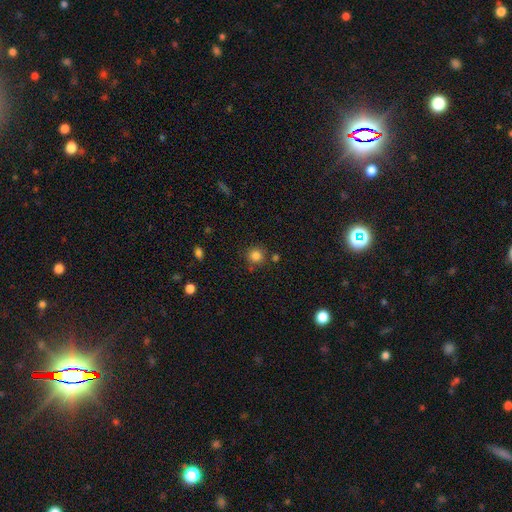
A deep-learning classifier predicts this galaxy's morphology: Q: Smooth or featured?
A: smooth (83%); runner-up: star or artifact (12%)
Q: How rounded?
A: round (92%); runner-up: in between (7%)
Q: Merging?
A: none (80%); runner-up: minor disturbance (10%)